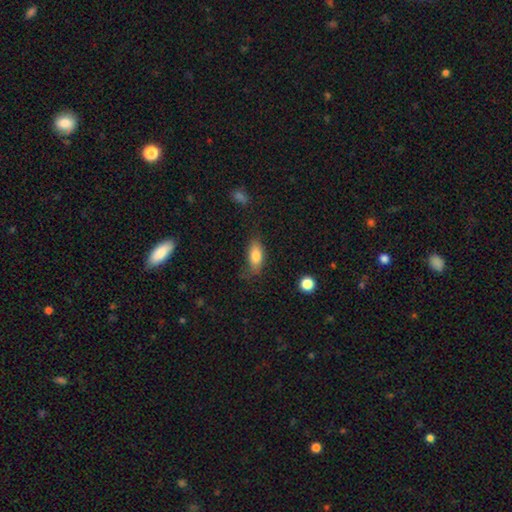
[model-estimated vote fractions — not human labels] This appears to be a smooth galaxy with no disk features (80%) that is in between round and cigar-shaped (85%). Merging: none (67%).